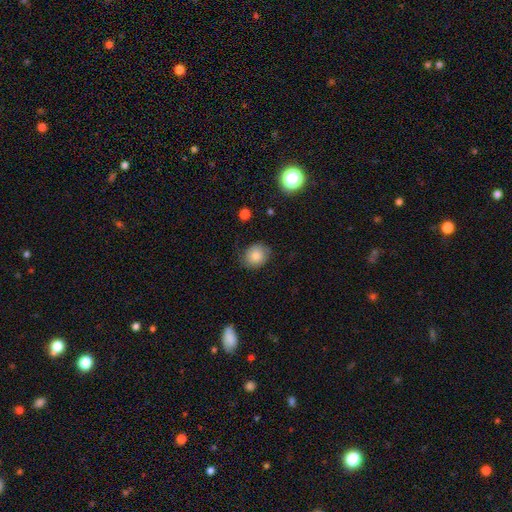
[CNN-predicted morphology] A smooth galaxy with no disk features (80%) that is round (71%). Merging: none (74%).